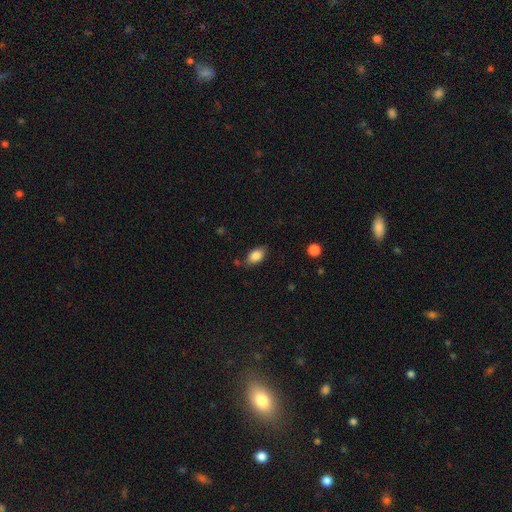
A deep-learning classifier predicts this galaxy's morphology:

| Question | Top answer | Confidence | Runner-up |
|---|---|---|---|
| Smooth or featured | smooth | 84% | featured or disk (8%) |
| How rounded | in between | 90% | round (8%) |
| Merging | none | 76% | minor disturbance (17%) |